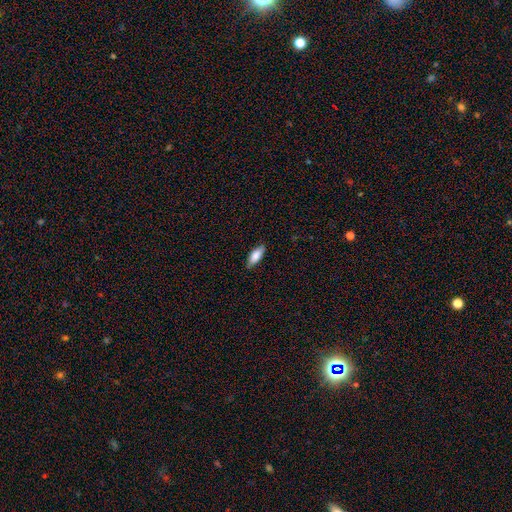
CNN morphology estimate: Q: Smooth or featured?
A: smooth (83%); runner-up: featured or disk (11%)
Q: How rounded?
A: in between (72%); runner-up: cigar-shaped (26%)
Q: Merging?
A: none (85%); runner-up: minor disturbance (12%)